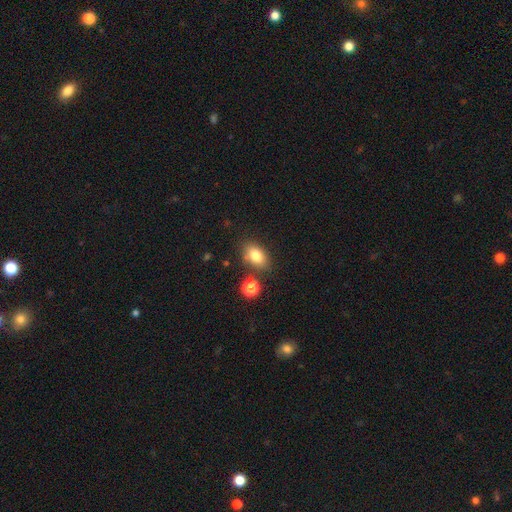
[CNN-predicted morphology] Smooth or featured: smooth — 80% (star or artifact — 10%)
How rounded: in between — 83% (round — 14%)
Merging: none — 76% (minor disturbance — 13%)